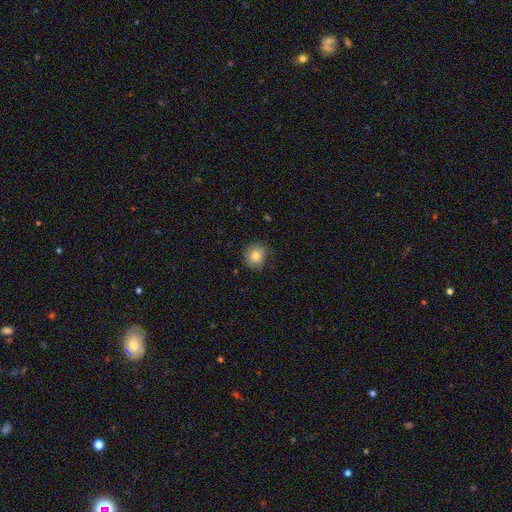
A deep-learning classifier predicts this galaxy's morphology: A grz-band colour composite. It shows a smooth galaxy with no disk features (81%) that is round (86%). Merging: none (80%).